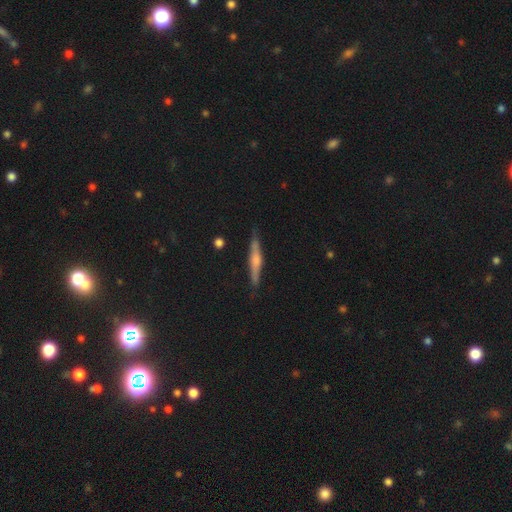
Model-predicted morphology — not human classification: smooth-or-featured: featured or disk: 66% | smooth: 26% | star or artifact: 8%
  disk-edge-on: yes: 97% | no: 3%
    edge-on-bulge: rounded: 73% | none: 14% | boxy: 14%
  merging: none: 88% | minor disturbance: 9% | major disturbance: 2% | merger: 1%